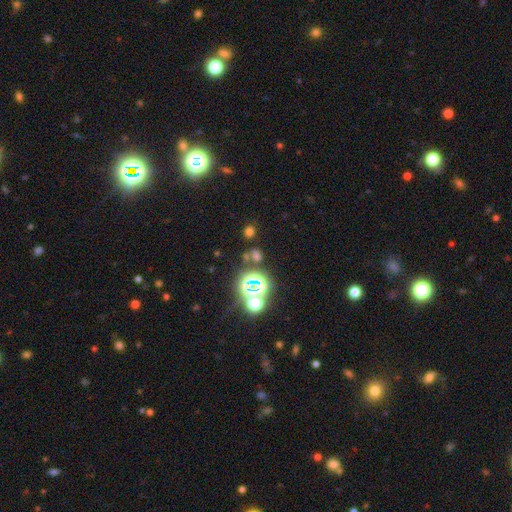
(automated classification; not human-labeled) smooth 50%, star or artifact 43%, featured or disk 7%. Down the decision tree: merging — none (72%).